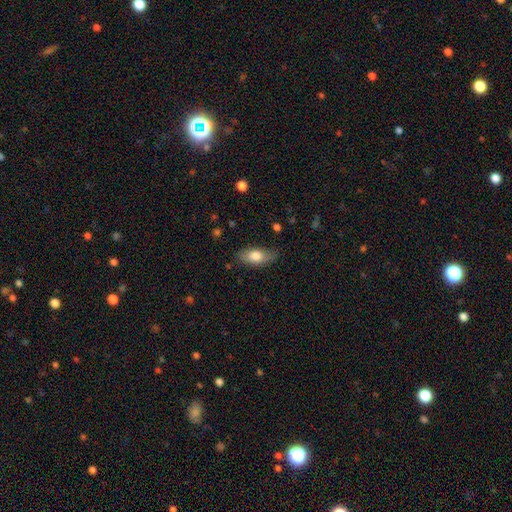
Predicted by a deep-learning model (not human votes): Smooth or featured? smooth (78%)
How rounded? in between (86%)
Merging? none (75%)